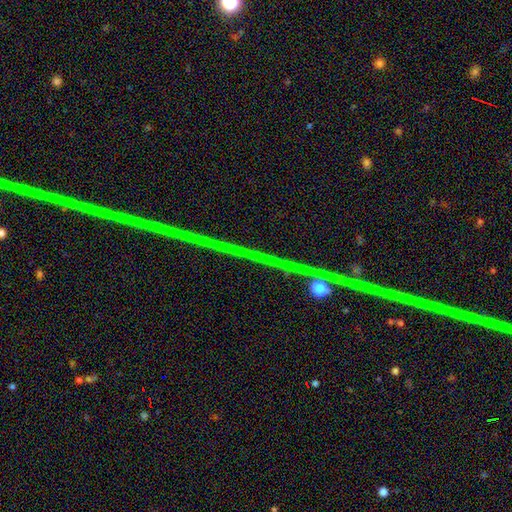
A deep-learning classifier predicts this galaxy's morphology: Overall: star or artifact (78%).